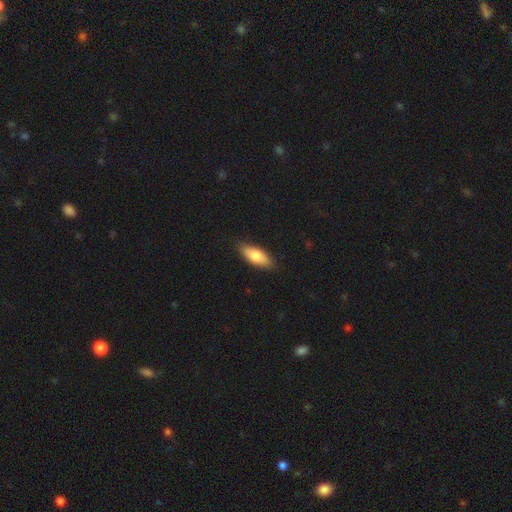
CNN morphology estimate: Overall: smooth (78%). How rounded: in between (75%). Merging: none (85%).